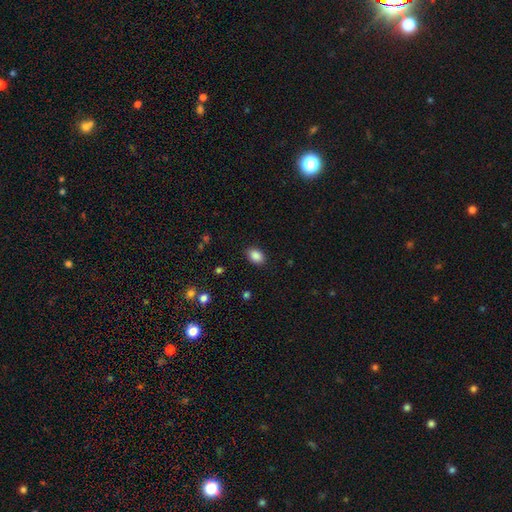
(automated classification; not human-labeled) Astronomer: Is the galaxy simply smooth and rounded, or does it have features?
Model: smooth — 88%.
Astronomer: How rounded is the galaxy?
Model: in between — 79%.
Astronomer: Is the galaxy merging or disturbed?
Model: none — 87%.